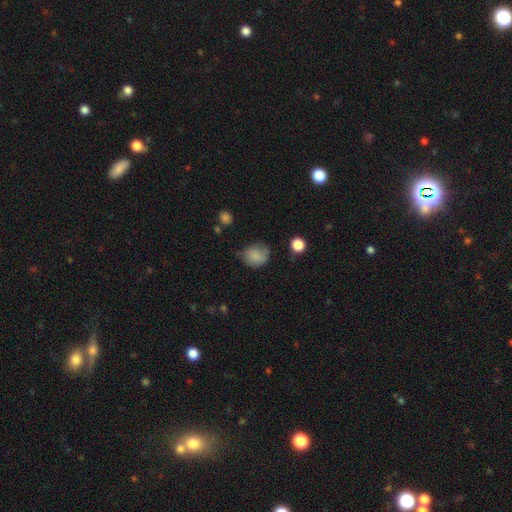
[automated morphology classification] Overall: smooth (78%). How rounded: round (67%; in between 32%). Merging: none (57%; minor disturbance 31%).